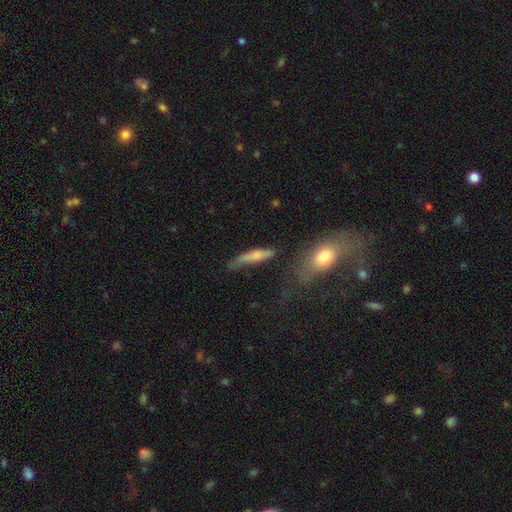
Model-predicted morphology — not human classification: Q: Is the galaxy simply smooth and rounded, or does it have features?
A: smooth — 64%.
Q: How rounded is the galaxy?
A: cigar-shaped — 78%.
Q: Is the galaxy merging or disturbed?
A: none — 52%.